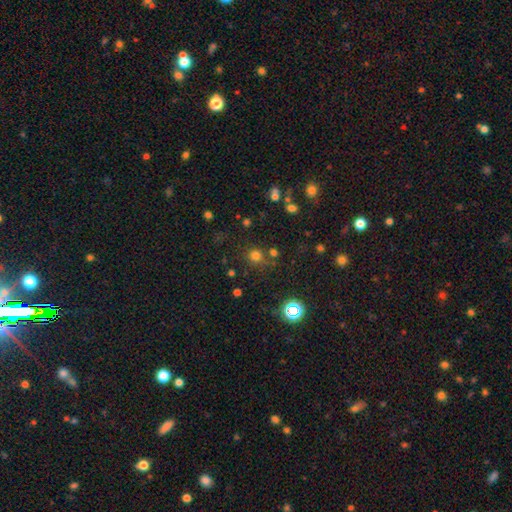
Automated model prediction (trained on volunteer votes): Smooth or featured: smooth — 69% (star or artifact — 25%)
How rounded: round — 91% (in between — 8%)
Merging: none — 75% (minor disturbance — 10%)